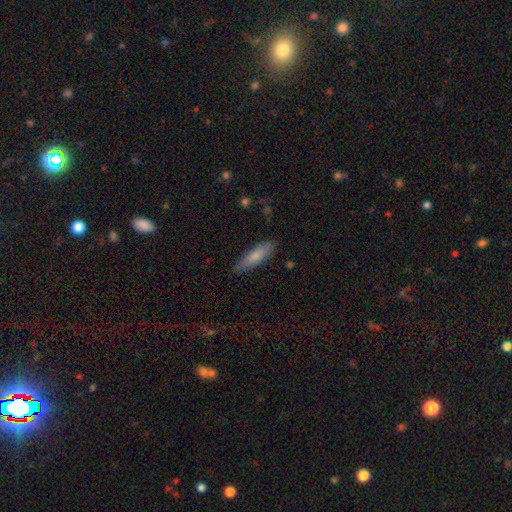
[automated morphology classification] Q: Smooth or featured?
A: smooth (78%); runner-up: featured or disk (16%)
Q: How rounded?
A: cigar-shaped (68%); runner-up: in between (31%)
Q: Merging?
A: none (85%); runner-up: minor disturbance (12%)